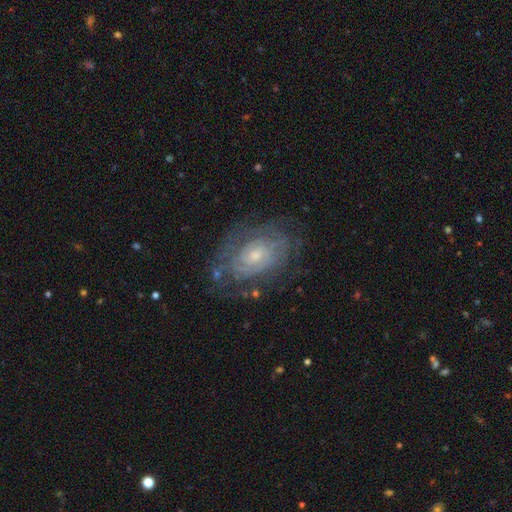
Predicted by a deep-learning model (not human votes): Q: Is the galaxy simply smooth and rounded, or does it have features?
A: featured or disk — 80%.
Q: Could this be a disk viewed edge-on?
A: no — 96%.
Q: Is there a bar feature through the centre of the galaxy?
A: no — 71%.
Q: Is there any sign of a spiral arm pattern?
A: yes — 86%.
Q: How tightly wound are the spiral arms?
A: tight — 72%.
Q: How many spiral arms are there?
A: can't tell — 52%.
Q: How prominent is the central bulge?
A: small — 58%.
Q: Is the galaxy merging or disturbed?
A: none — 70%.